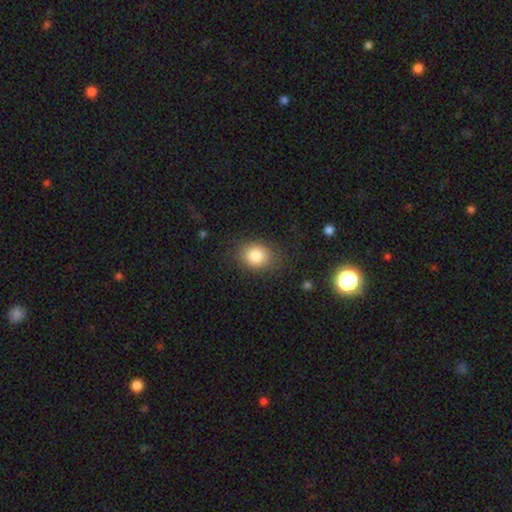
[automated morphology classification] This appears to be a smooth galaxy with no disk features (84%) that is round (55%). Merging: none (80%).